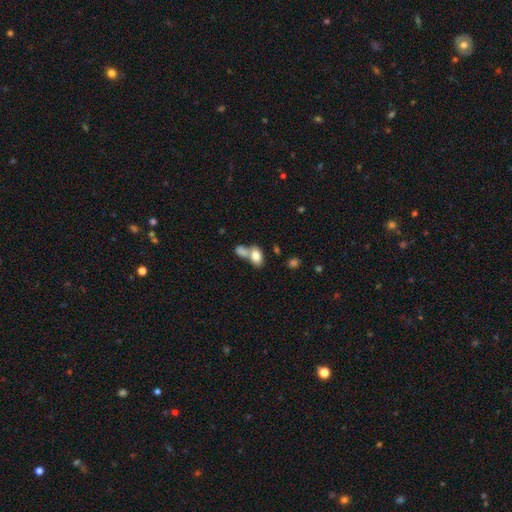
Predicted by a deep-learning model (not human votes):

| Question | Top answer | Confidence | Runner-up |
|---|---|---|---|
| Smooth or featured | smooth | 79% | featured or disk (13%) |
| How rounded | in between | 85% | round (12%) |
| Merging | merger | 58% | none (29%) |